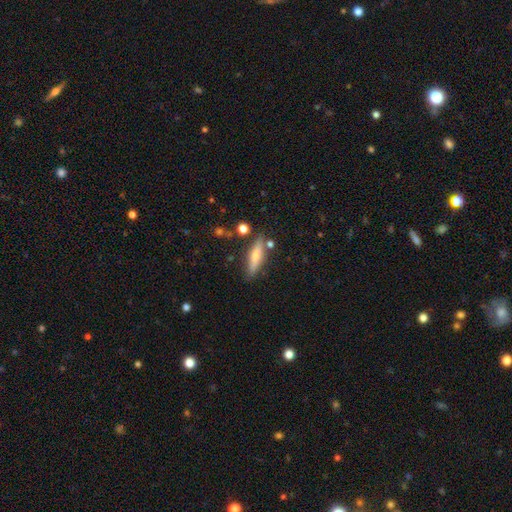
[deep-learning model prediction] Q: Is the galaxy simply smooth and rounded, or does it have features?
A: smooth — 62%.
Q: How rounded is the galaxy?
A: cigar-shaped — 72%.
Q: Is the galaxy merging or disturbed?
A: none — 80%.